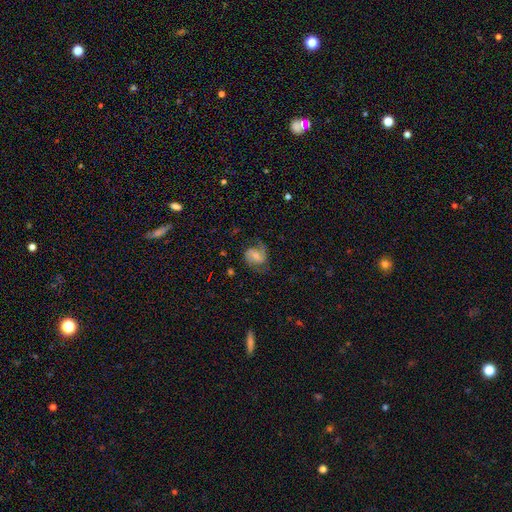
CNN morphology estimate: featured or disk 68%, smooth 24%, star or artifact 8%. Down the decision tree: edge-on disk — no (97%); bar — no (49%); spiral arms — yes (91%); spiral arm count — 2 (83%); spiral winding — medium (48%); bulge size — moderate (52%); merging — none (67%).